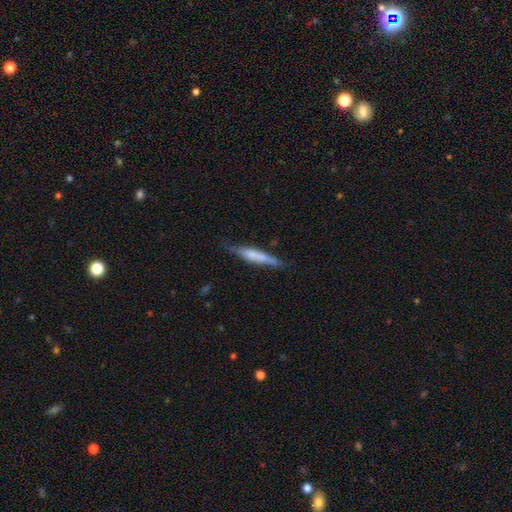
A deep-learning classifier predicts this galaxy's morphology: type=smooth (58%); roundness=cigar-shaped (90%); merging=none (70%).